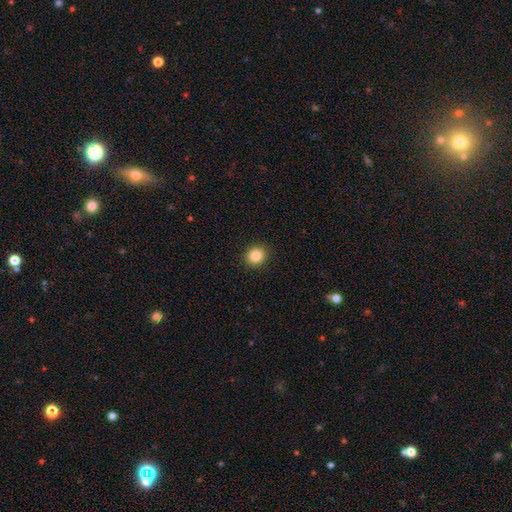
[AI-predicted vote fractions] smooth_or_featured: smooth (p=0.85) [alt: star or artifact p=0.10]
how_rounded: round (p=0.75) [alt: in between p=0.25]
merging: none (p=0.91) [alt: minor disturbance p=0.06]